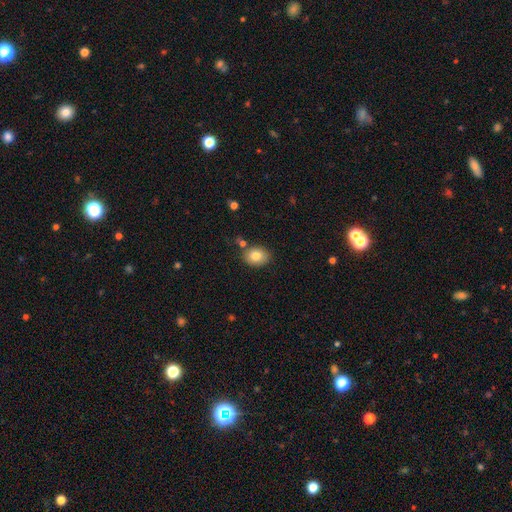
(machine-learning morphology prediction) Q: Smooth or featured?
A: smooth (82%); runner-up: featured or disk (9%)
Q: How rounded?
A: in between (57%); runner-up: round (42%)
Q: Merging?
A: none (77%); runner-up: minor disturbance (12%)